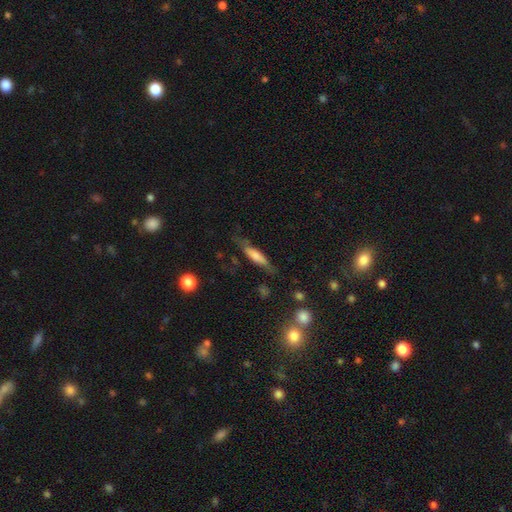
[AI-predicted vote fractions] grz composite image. It shows a smooth galaxy with no disk features (57%) that is cigar-shaped (74%). Merging: none (67%).